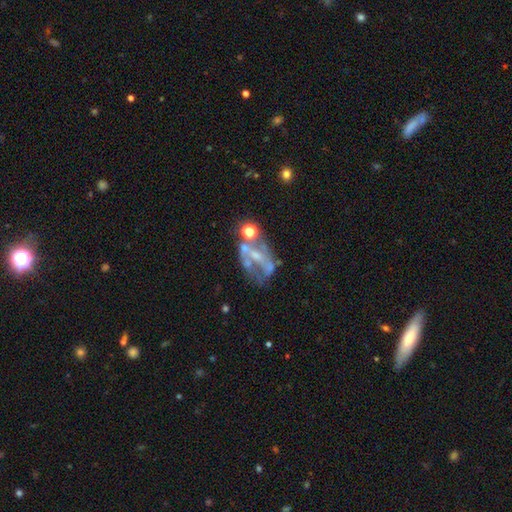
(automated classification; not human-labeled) This is likely a featured or disk galaxy (66%). It is clearly not viewed edge-on (95%). Bar: possibly no (52%). Spiral arm pattern: likely no (65%). Central bulge: marginally small (42%). Merging: marginally none (35%).